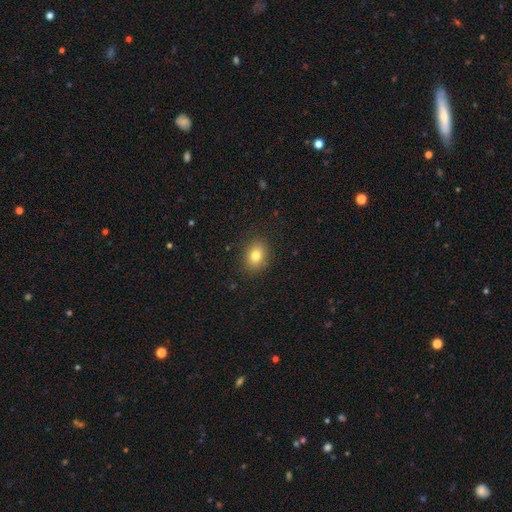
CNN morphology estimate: smooth-or-featured: smooth: 79% | star or artifact: 11% | featured or disk: 9%
  how-rounded: in between: 56% | round: 43% | cigar-shaped: 1%
  merging: none: 87% | minor disturbance: 9% | major disturbance: 3% | merger: 1%